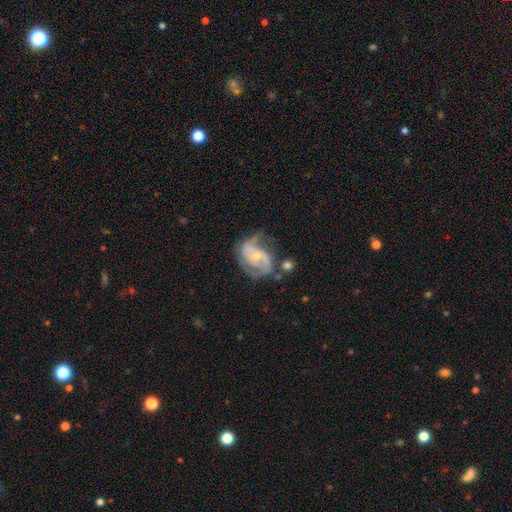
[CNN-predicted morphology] smooth-or-featured: featured or disk: 87% | smooth: 8% | star or artifact: 5%
  disk-edge-on: no: 98% | yes: 2%
    bar: no: 55% | weak: 36% | strong: 9%
    has-spiral-arms: yes: 96% | no: 4%
      spiral-winding: medium: 53% | tight: 27% | loose: 20%
      spiral-arm-count: 2: 81% | can't tell: 7% | 3: 6% | 1: 3% | 4: 2% | more than 4: 2%
    bulge-size: small: 59% | moderate: 35% | none: 3% | large: 2% | dominant: 1%
  merging: none: 53% | minor disturbance: 25% | major disturbance: 16% | merger: 6%